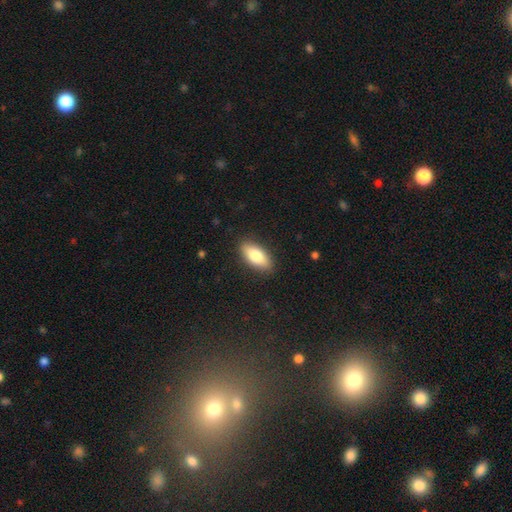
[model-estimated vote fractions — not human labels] The model was most divided on "smooth or featured": smooth: 80%, featured or disk: 14%, star or artifact: 6%. More confident: merging — none (88%); how rounded — in between (85%).